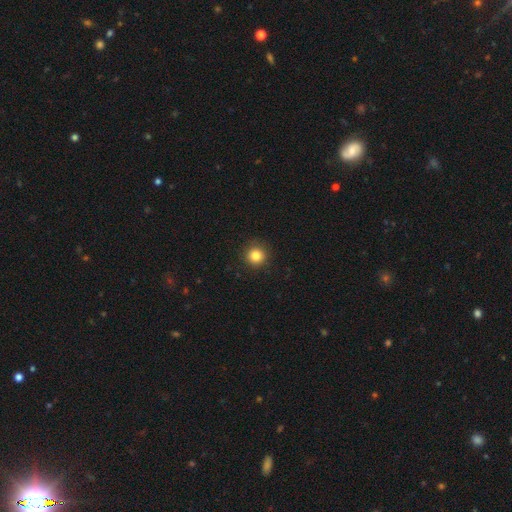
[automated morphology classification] Overall: smooth (83%). How rounded: round (95%). Merging: none (91%).